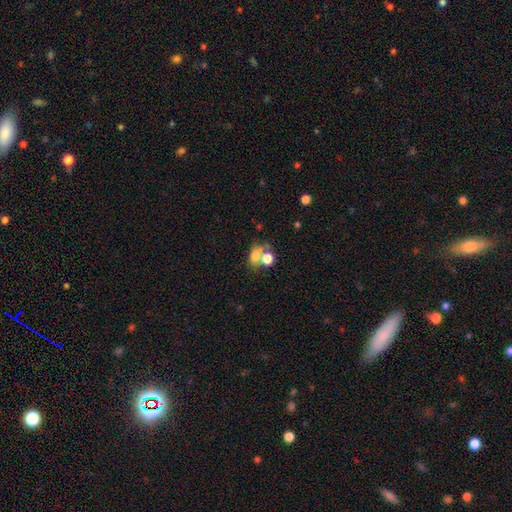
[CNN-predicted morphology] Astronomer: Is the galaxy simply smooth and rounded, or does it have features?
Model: smooth — 69%.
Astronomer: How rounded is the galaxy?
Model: in between — 62%.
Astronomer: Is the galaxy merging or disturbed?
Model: merger — 47% (runner-up: none, 35%).